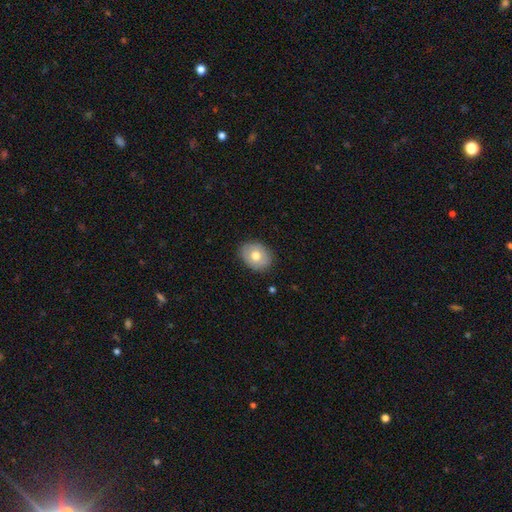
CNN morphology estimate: smooth-or-featured: smooth: 70% | featured or disk: 23% | star or artifact: 7%
  how-rounded: in between: 57% | round: 42% | cigar-shaped: 1%
  merging: none: 86% | minor disturbance: 11% | major disturbance: 2% | merger: 1%